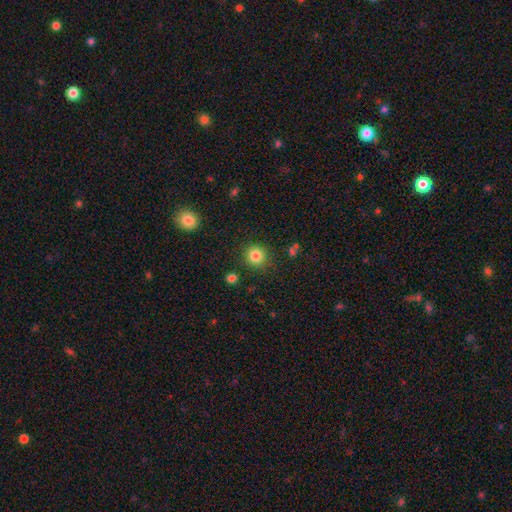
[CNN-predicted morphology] Smooth or featured?
  - smooth: 83% *
  - star or artifact: 11%
  - featured or disk: 5%
How rounded?
  - round: 93% *
  - in between: 7%
  - cigar-shaped: 1%
Merging?
  - none: 88% *
  - minor disturbance: 7%
  - major disturbance: 3%
  - merger: 2%